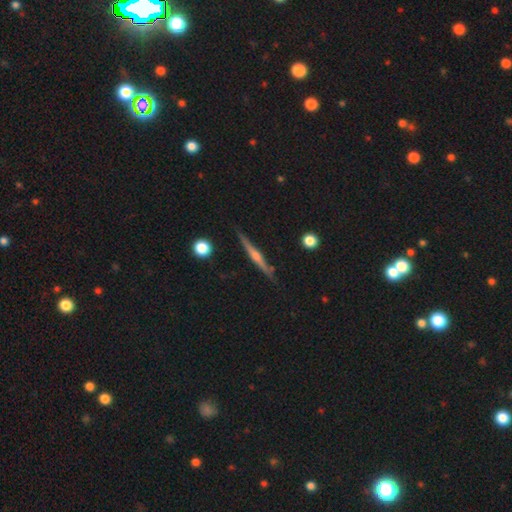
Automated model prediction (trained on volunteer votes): This is likely a featured or disk galaxy (77%). It is clearly viewed edge-on (98%). Edge-on bulge: likely rounded (80%). Merging: clearly none (89%).